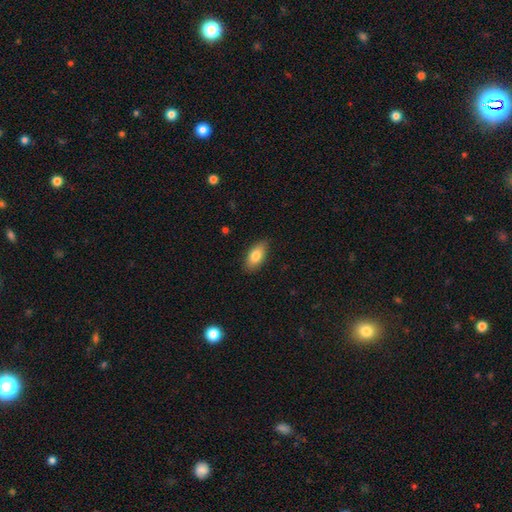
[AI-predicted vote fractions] smooth_or_featured: smooth (p=0.81) [alt: featured or disk p=0.12]
how_rounded: in between (p=0.90) [alt: cigar-shaped p=0.07]
merging: none (p=0.85) [alt: minor disturbance p=0.12]